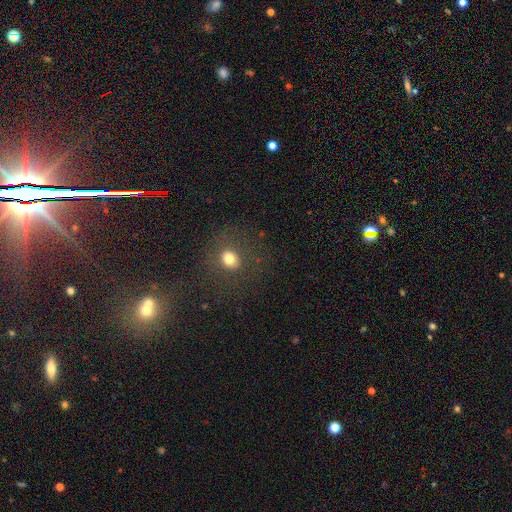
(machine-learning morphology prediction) Q: Smooth or featured?
A: star or artifact (56%); runner-up: smooth (31%)